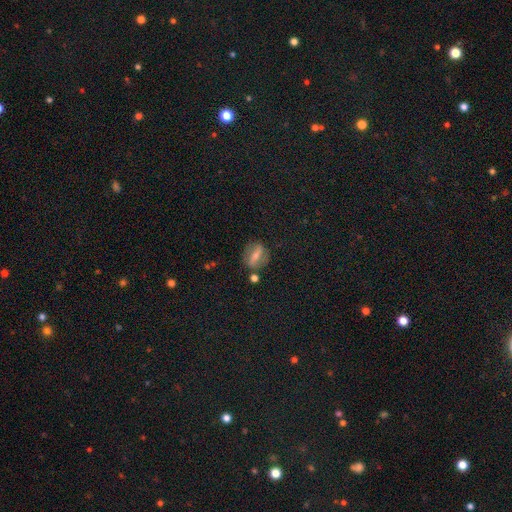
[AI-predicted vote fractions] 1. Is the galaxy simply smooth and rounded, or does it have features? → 46% smooth, 43% featured or disk, 11% star or artifact.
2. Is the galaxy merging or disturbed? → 74% none, 14% minor disturbance, 6% merger, 6% major disturbance.